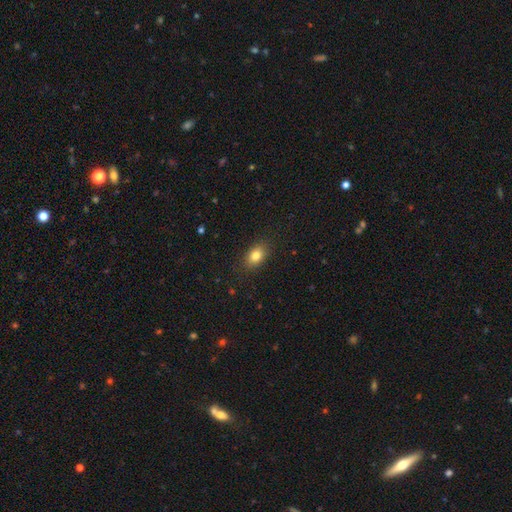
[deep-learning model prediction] This appears to be a smooth galaxy with no disk features (83%) that is in between round and cigar-shaped (83%). Merging: none (87%).